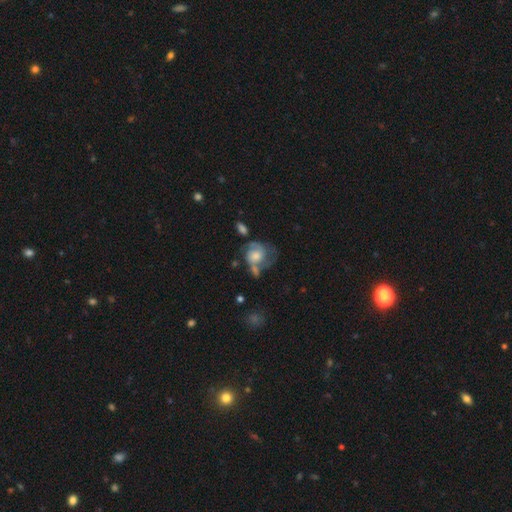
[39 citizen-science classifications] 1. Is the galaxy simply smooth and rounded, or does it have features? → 69% featured or disk, 28% smooth, 3% star or artifact.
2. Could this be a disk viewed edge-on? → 100% no, 0% yes.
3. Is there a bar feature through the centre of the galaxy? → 81% no, 15% weak, 4% strong.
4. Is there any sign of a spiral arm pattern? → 81% yes, 19% no.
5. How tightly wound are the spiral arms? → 45% medium, 27% tight, 27% loose.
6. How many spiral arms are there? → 55% 2, 27% can't tell, 14% 1, 5% 3, 0% 4, 0% more than 4.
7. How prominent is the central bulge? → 56% moderate, 22% large, 15% small, 7% none, 0% dominant.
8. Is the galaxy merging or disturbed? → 39% none, 24% minor disturbance, 24% major disturbance, 13% merger.